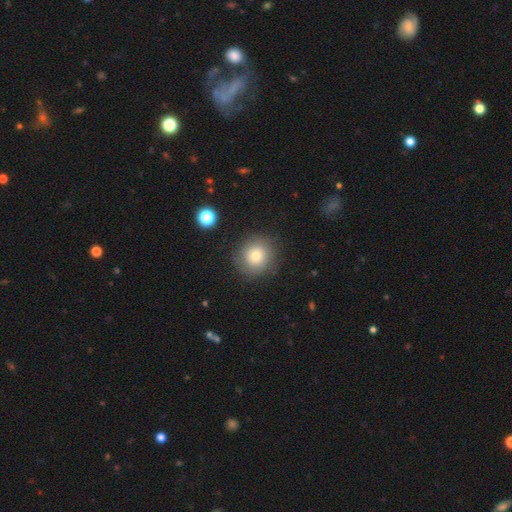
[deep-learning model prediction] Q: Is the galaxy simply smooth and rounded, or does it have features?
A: smooth — 71%.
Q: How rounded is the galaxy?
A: round — 90%.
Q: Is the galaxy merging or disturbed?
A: none — 83%.